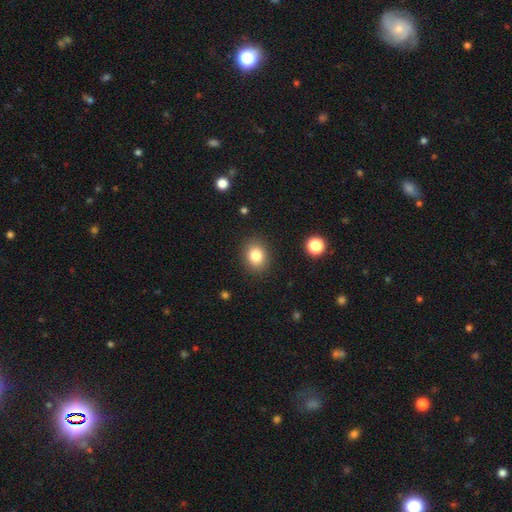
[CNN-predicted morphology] A smooth galaxy with no disk features (82%) that is round (62%).

Vote fractions:
- Smooth or featured? smooth: 82% / star or artifact: 11% / featured or disk: 7%
- How rounded? round: 62% / in between: 37% / cigar-shaped: 1%
- Merging? none: 88% / minor disturbance: 8% / major disturbance: 3% / merger: 1%